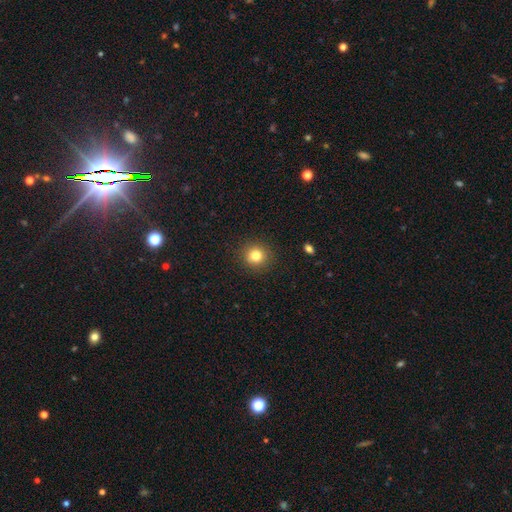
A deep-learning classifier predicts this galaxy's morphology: This is clearly a smooth galaxy (81%). How rounded: clearly round (92%). Merging: clearly none (91%).